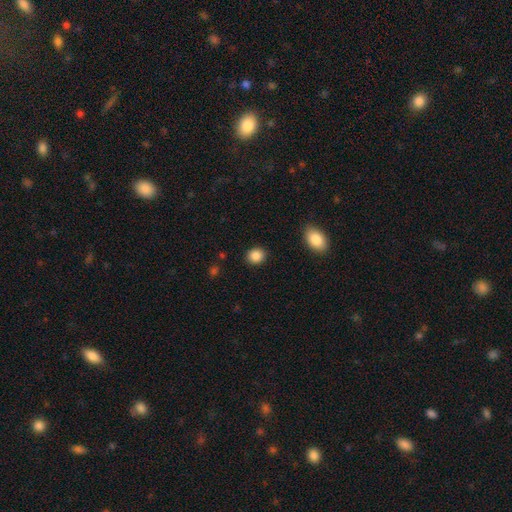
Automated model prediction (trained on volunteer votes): This is clearly a smooth galaxy (87%). How rounded: likely round (73%). Merging: clearly none (90%).